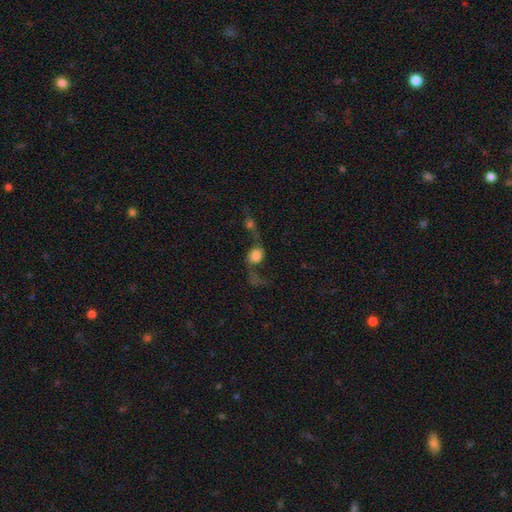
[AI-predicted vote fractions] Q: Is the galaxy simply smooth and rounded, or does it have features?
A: smooth — 53%.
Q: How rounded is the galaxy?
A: round — 51%.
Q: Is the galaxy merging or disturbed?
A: merger — 34%.